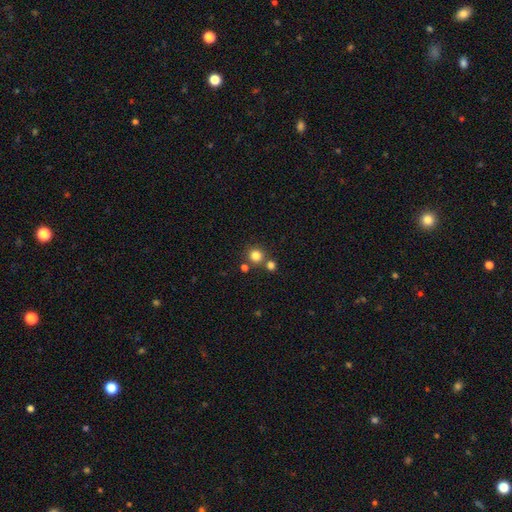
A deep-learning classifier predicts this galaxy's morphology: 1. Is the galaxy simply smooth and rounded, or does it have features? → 81% smooth, 13% star or artifact, 6% featured or disk.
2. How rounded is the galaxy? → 92% round, 7% in between, 1% cigar-shaped.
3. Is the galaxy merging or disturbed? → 71% none, 19% merger, 7% minor disturbance, 3% major disturbance.